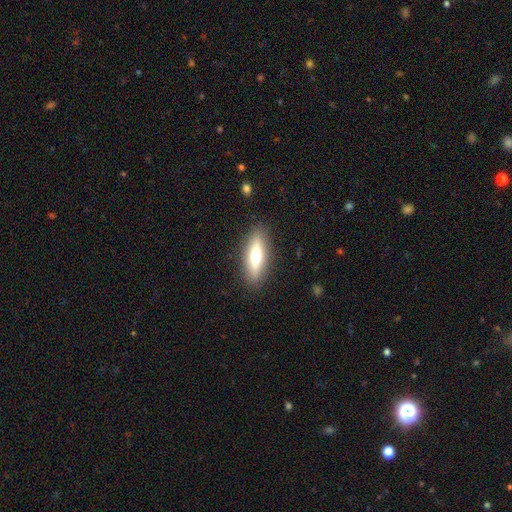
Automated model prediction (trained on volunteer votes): This is possibly a smooth galaxy (52%). How rounded: possibly cigar-shaped (53%). Merging: clearly none (88%).